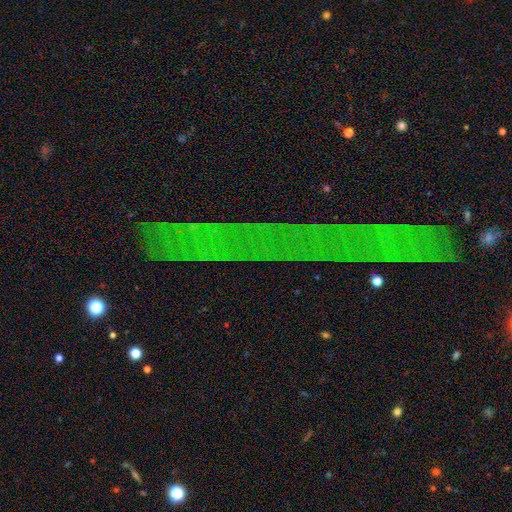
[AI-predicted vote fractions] smooth-or-featured: star or artifact: 81% | featured or disk: 11% | smooth: 9%